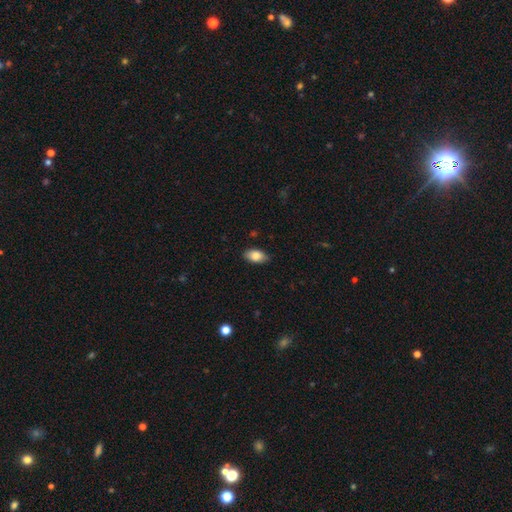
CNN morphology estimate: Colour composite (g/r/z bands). It shows a smooth galaxy with no disk features (84%) that is in between round and cigar-shaped (92%). Merging: none (82%).